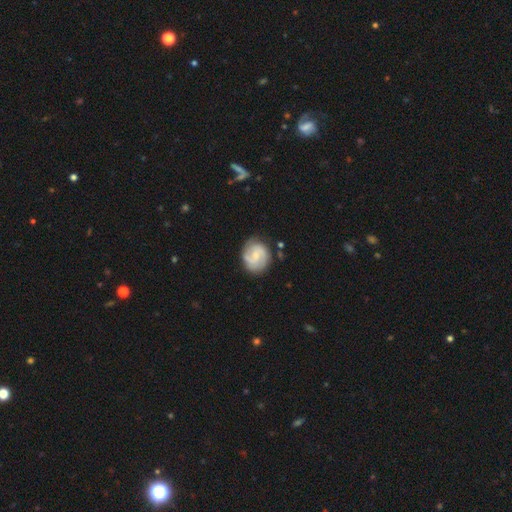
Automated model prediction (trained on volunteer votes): This is likely a featured or disk galaxy (70%). It is clearly not viewed edge-on (98%). Bar: possibly weak (52%). Spiral arm pattern: clearly yes (92%). Spiral arm count: likely 2 (76%). Spiral winding: possibly medium (45%). Central bulge: possibly small (56%). Merging: likely none (76%).